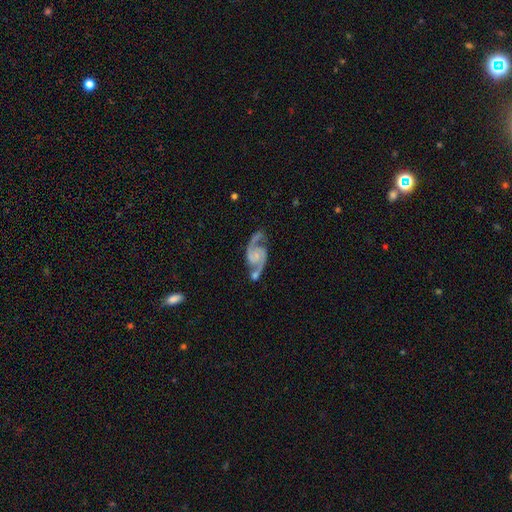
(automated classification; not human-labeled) This is clearly a featured or disk galaxy (91%). It is clearly not viewed edge-on (98%). Bar: likely no (63%). Spiral arm pattern: clearly yes (98%). Spiral arm count: clearly 2 (94%). Spiral winding: possibly medium (54%). Central bulge: likely small (61%). Merging: possibly none (55%).